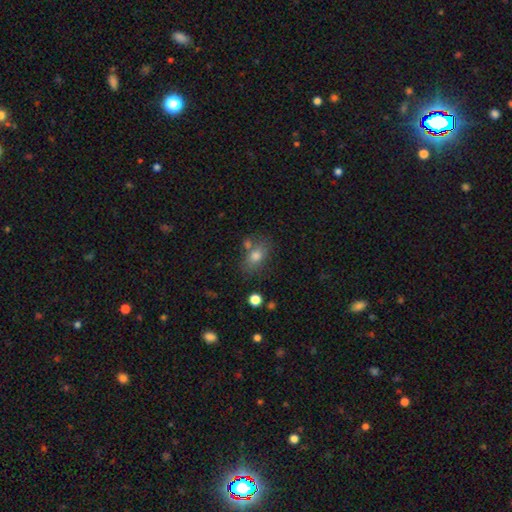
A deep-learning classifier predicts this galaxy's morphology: A smooth galaxy with no disk features (75%) that is in between round and cigar-shaped (77%). Merging: none (64%).